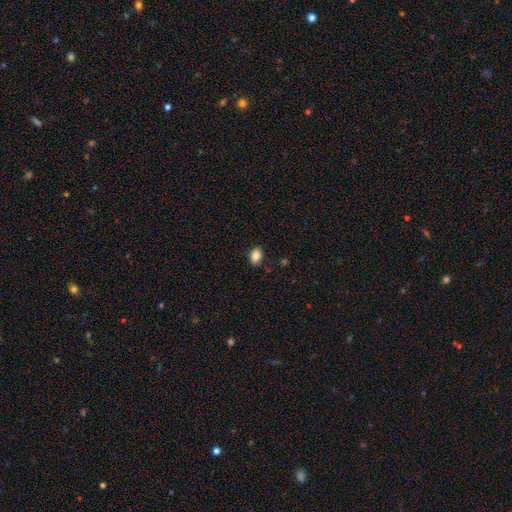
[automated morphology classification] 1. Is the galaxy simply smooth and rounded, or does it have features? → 86% smooth, 9% star or artifact, 5% featured or disk.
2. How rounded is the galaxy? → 77% in between, 22% round, 1% cigar-shaped.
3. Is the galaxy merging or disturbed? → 83% none, 12% minor disturbance, 3% major disturbance, 2% merger.